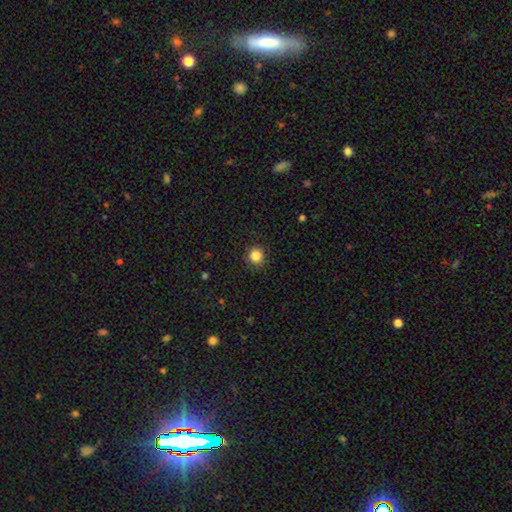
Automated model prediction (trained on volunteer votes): Smooth or featured: smooth — 86% (star or artifact — 11%)
How rounded: round — 93% (in between — 6%)
Merging: none — 90% (minor disturbance — 6%)